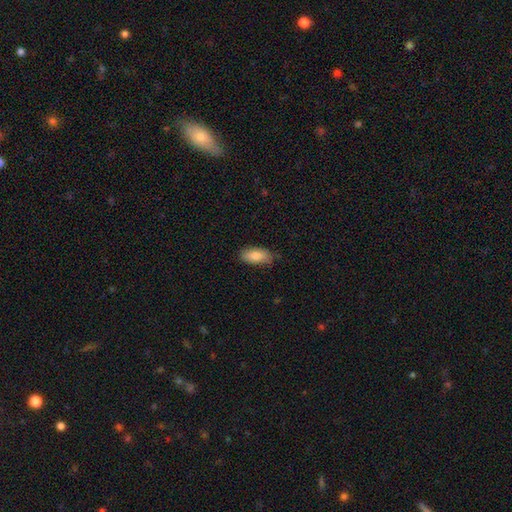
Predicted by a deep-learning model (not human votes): smooth-or-featured: smooth: 84% | featured or disk: 10% | star or artifact: 7%
  how-rounded: in between: 88% | cigar-shaped: 9% | round: 3%
  merging: none: 78% | minor disturbance: 18% | major disturbance: 3% | merger: 1%